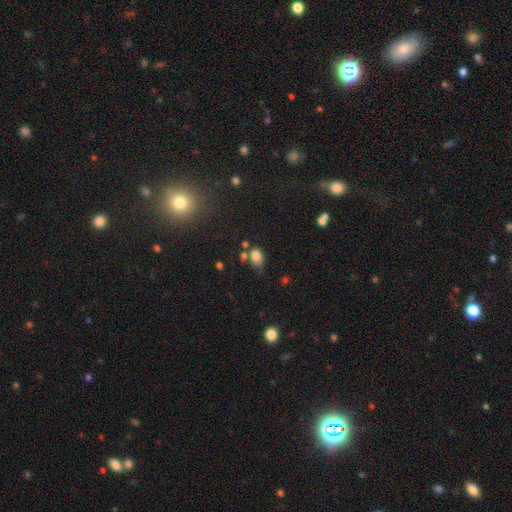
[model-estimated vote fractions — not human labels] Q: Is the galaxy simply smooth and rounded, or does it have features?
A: smooth — 80%.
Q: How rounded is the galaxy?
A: in between — 81%.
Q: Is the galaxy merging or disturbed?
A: none — 50%.